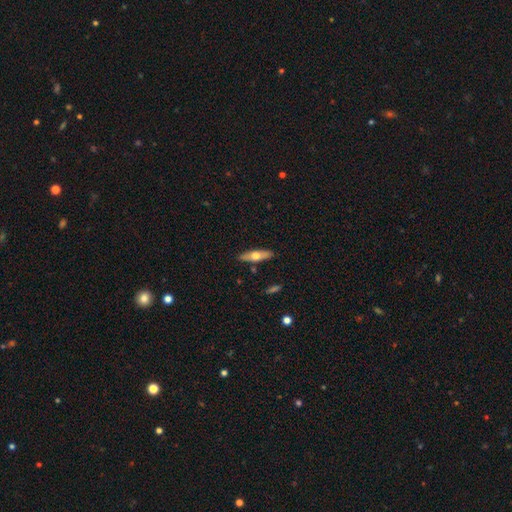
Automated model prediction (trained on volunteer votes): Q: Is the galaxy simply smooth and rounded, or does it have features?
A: smooth — 50%.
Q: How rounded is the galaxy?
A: cigar-shaped — 55%.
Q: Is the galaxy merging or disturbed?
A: none — 87%.